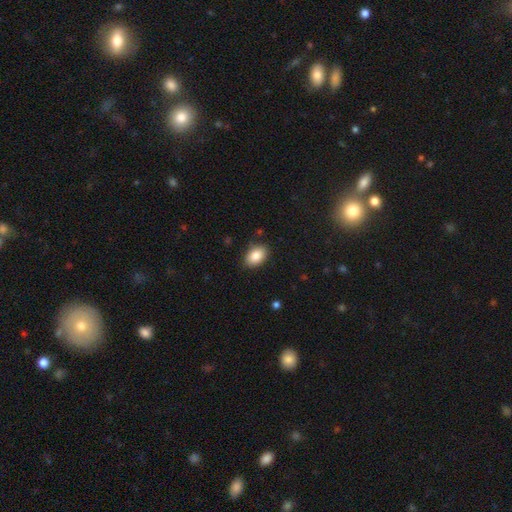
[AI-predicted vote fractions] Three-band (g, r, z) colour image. It shows a smooth galaxy with no disk features (87%) that is in between round and cigar-shaped (85%). Merging: none (84%).